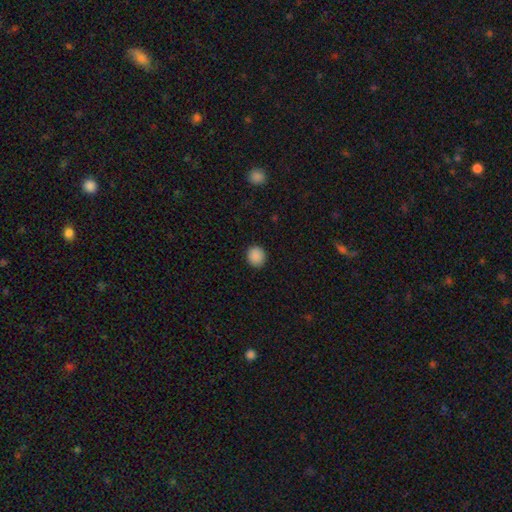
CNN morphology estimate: This is clearly a smooth galaxy (88%). How rounded: clearly round (84%). Merging: clearly none (91%).